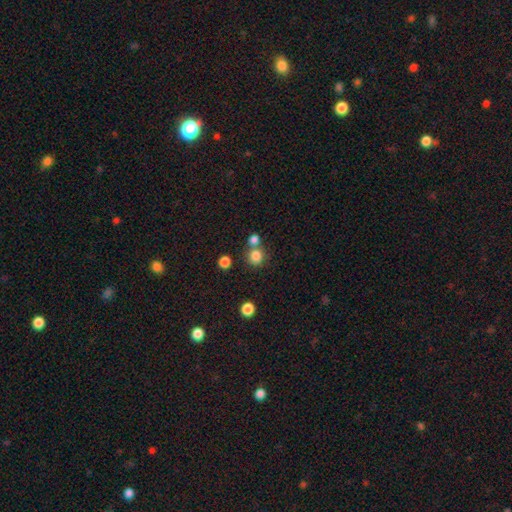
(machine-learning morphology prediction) Smooth or featured?
  - smooth: 82% *
  - star or artifact: 13%
  - featured or disk: 6%
How rounded?
  - round: 88% *
  - in between: 11%
  - cigar-shaped: 1%
Merging?
  - none: 63% *
  - merger: 26%
  - minor disturbance: 8%
  - major disturbance: 3%